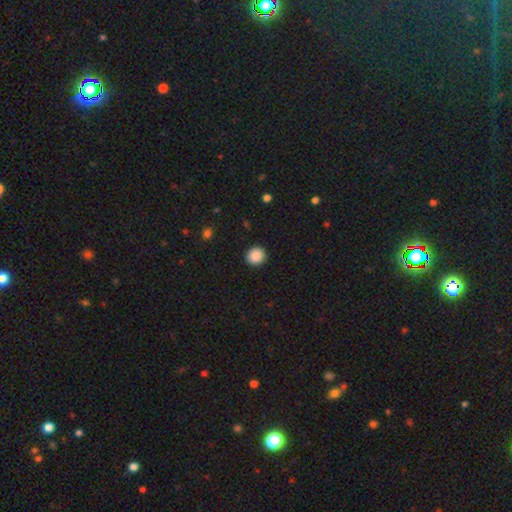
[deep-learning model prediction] Smooth or featured? smooth (88%)
How rounded? round (93%)
Merging? none (92%)